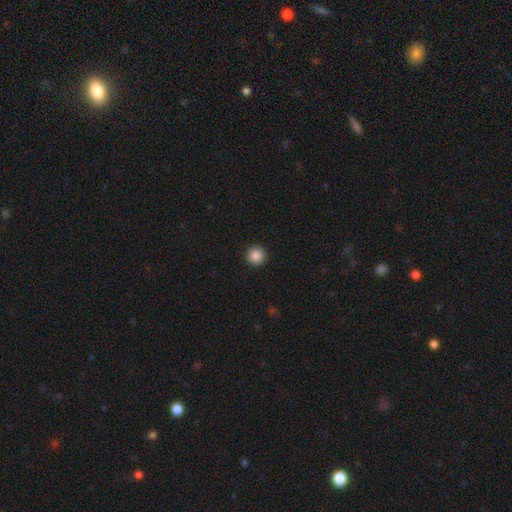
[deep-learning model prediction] smooth_or_featured: smooth (p=0.86) [alt: star or artifact p=0.10]
how_rounded: round (p=0.96) [alt: in between p=0.03]
merging: none (p=0.93) [alt: minor disturbance p=0.04]